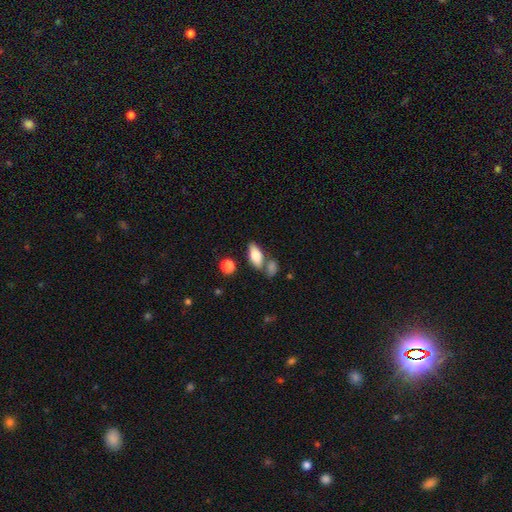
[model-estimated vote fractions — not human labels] The model was most divided on "merging": none: 62%, merger: 20%, minor disturbance: 13%, major disturbance: 4%. More confident: how rounded — in between (82%); smooth or featured — smooth (75%).